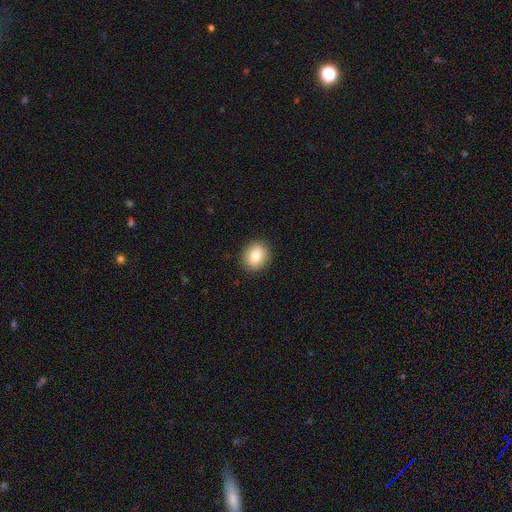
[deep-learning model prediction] This appears to be a smooth galaxy with no disk features (83%) that is round (55%). Merging: none (90%).